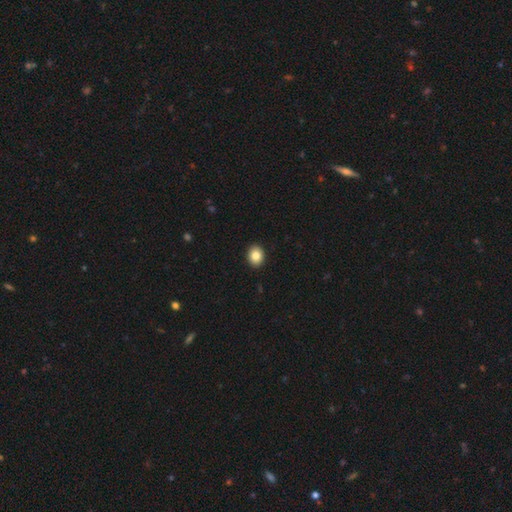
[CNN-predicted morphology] Smooth or featured: smooth — 85% (star or artifact — 9%)
How rounded: in between — 50% (round — 49%)
Merging: none — 92% (minor disturbance — 5%)